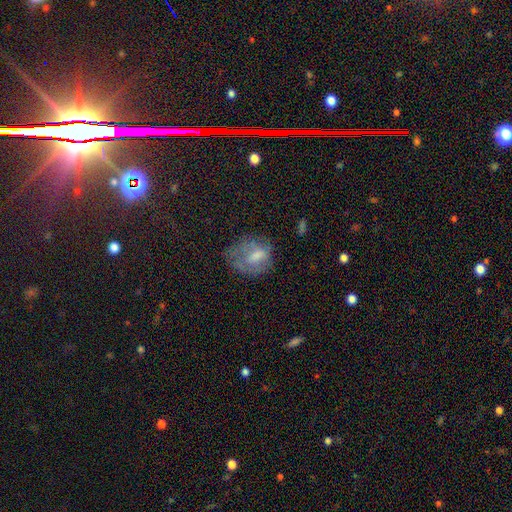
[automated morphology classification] This is possibly a smooth galaxy (53%). How rounded: possibly in between (56%). Merging: marginally none (40%).